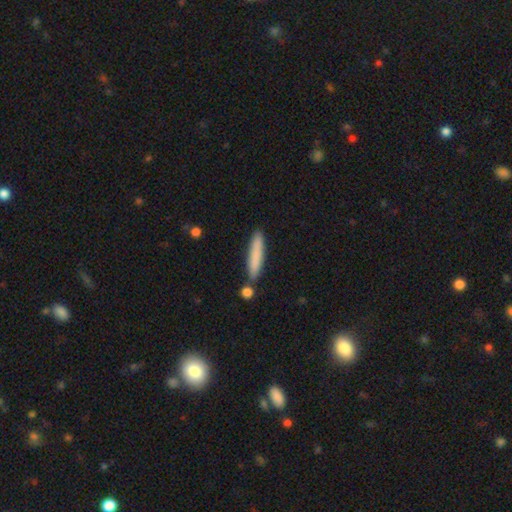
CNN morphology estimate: Smooth or featured?
  - smooth: 80% *
  - featured or disk: 14%
  - star or artifact: 6%
How rounded?
  - cigar-shaped: 91% *
  - in between: 7%
  - round: 1%
Merging?
  - none: 82% *
  - minor disturbance: 10%
  - merger: 6%
  - major disturbance: 2%